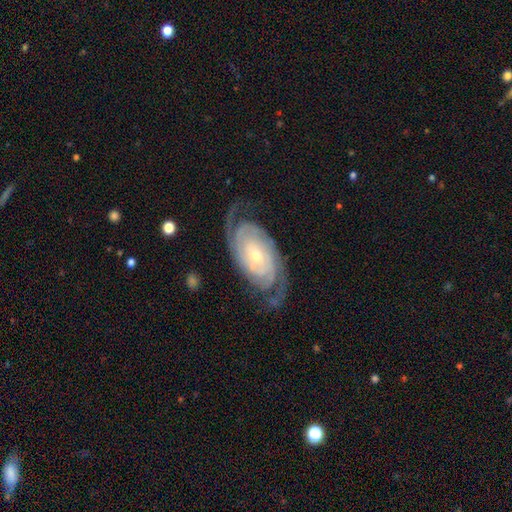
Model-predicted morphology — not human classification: A featured or disk galaxy (91%) with no bar (65%), 2 (69%) tight (72%) spiral arms (98%) and a small central bulge (65%).

Vote fractions:
- Smooth or featured? featured or disk: 91% / smooth: 5% / star or artifact: 4%
- Edge-on disk? no: 96% / yes: 4%
- Bar? no: 65% / weak: 24% / strong: 10%
- Spiral arms? yes: 98% / no: 2%
- Spiral winding? tight: 72% / medium: 23% / loose: 6%
- Spiral arm count? 2: 69% / can't tell: 11% / 3: 9% / 4: 4% / more than 4: 3% / 1: 3%
- Bulge size? small: 65% / moderate: 31% / large: 2% / none: 1% / dominant: 1%
- Merging? none: 76% / minor disturbance: 15% / major disturbance: 8% / merger: 1%